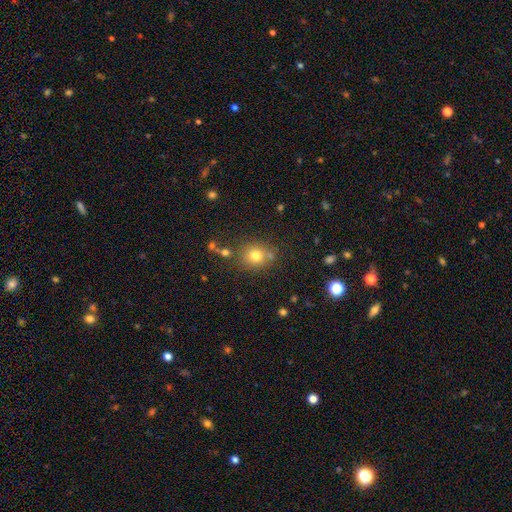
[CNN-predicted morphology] This appears to be a smooth galaxy with no disk features (76%) that is round (81%). Merging: none (75%).